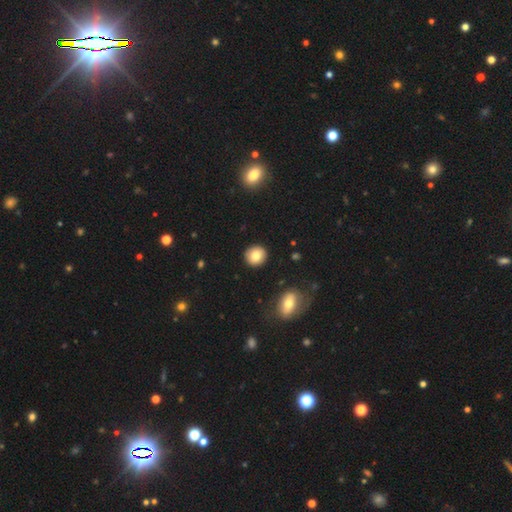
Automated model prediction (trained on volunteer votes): Q: Smooth or featured?
A: smooth (82%); runner-up: featured or disk (9%)
Q: How rounded?
A: round (88%); runner-up: in between (11%)
Q: Merging?
A: none (91%); runner-up: minor disturbance (6%)